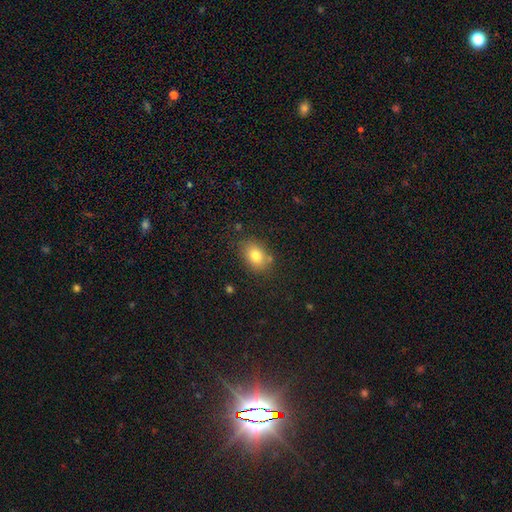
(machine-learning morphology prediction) The model was most divided on "how rounded": in between: 69%, round: 30%, cigar-shaped: 1%. More confident: smooth or featured — smooth (79%); merging — none (78%).